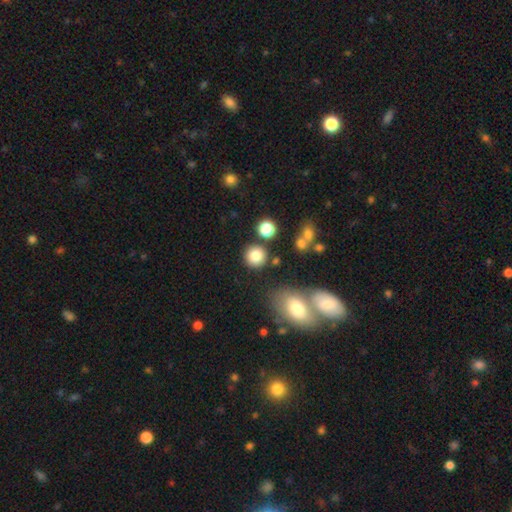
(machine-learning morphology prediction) Smooth or featured? Predicted: smooth (p=0.82). How rounded? Predicted: round (p=0.91). Merging? Predicted: none (p=0.81).